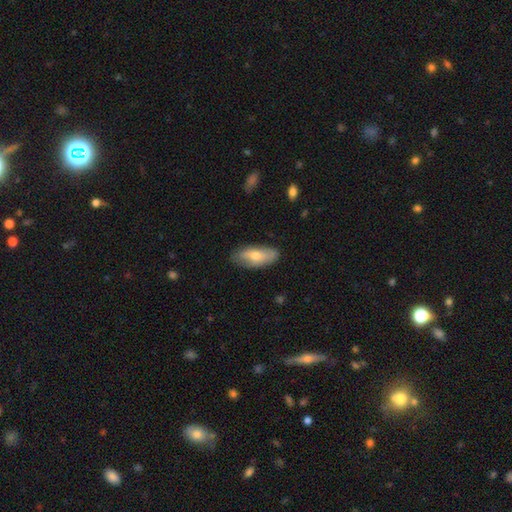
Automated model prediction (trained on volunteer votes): smooth-or-featured: smooth: 64% | featured or disk: 30% | star or artifact: 6%
  how-rounded: in between: 81% | cigar-shaped: 16% | round: 3%
  merging: none: 78% | minor disturbance: 17% | major disturbance: 3% | merger: 1%